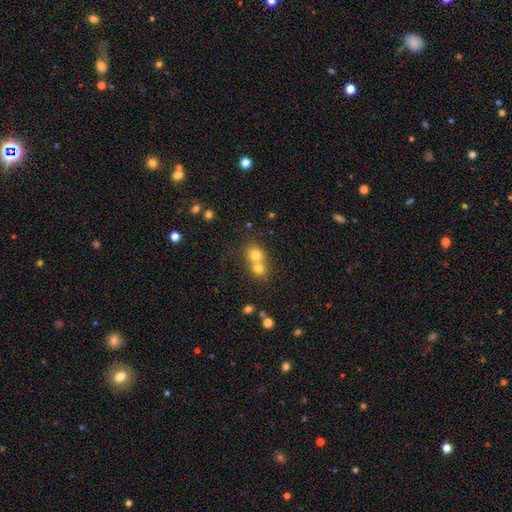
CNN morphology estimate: A smooth galaxy with no disk features (74%) that is round (72%). Merging: merger (64%).